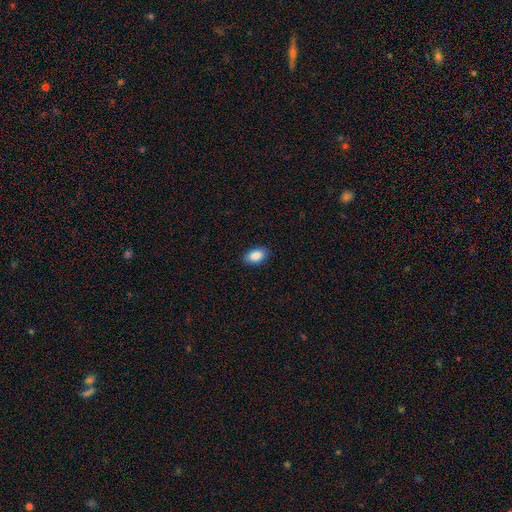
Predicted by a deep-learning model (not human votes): Smooth or featured? smooth (89%)
How rounded? in between (92%)
Merging? none (88%)